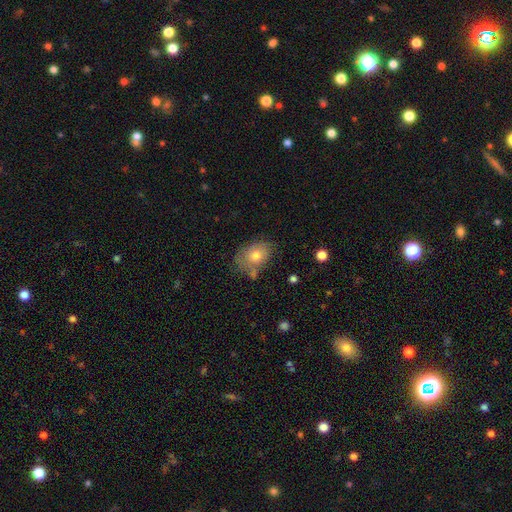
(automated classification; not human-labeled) smooth_or_featured: smooth (p=0.71) [alt: featured or disk p=0.20]
how_rounded: in between (p=0.73) [alt: round p=0.26]
merging: none (p=0.57) [alt: minor disturbance p=0.26]